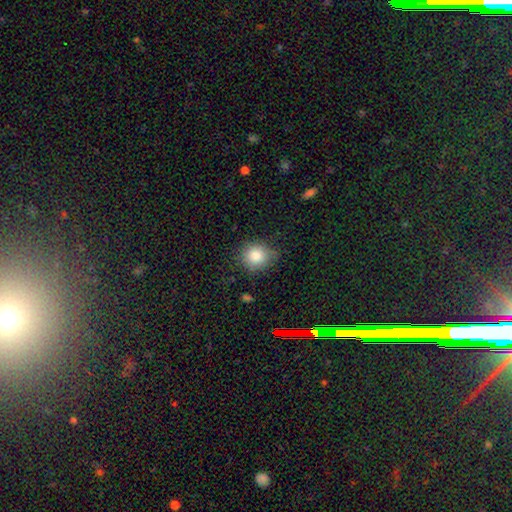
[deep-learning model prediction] smooth-or-featured: smooth: 83% | star or artifact: 10% | featured or disk: 7%
  how-rounded: round: 82% | in between: 17% | cigar-shaped: 1%
  merging: none: 75% | minor disturbance: 20% | major disturbance: 4% | merger: 2%